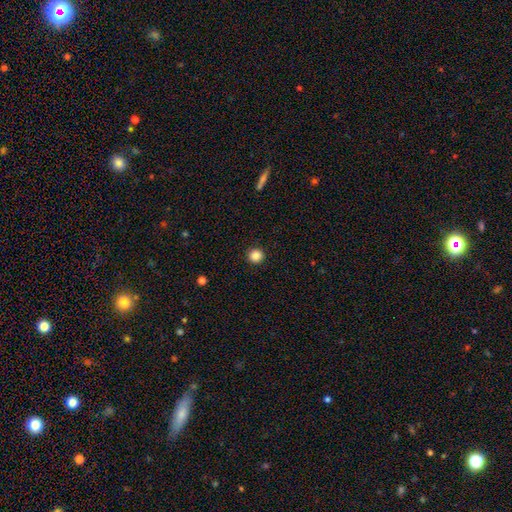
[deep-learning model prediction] This appears to be a smooth galaxy with no disk features (86%) that is round (94%). Merging: none (93%).